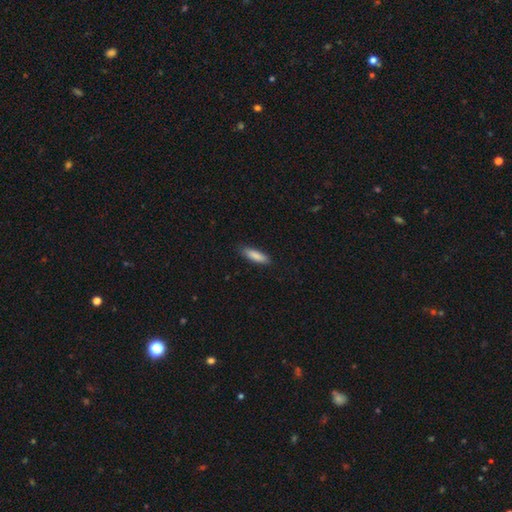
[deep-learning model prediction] smooth 87%, featured or disk 8%, star or artifact 6%. Down the decision tree: how rounded — cigar-shaped (58%); merging — none (86%).